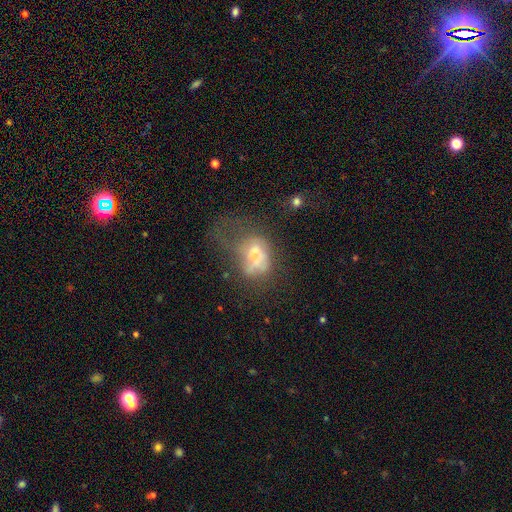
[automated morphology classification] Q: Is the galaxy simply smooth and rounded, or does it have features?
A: smooth — 51%.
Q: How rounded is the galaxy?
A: in between — 75%.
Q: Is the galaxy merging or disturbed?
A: major disturbance — 52%.